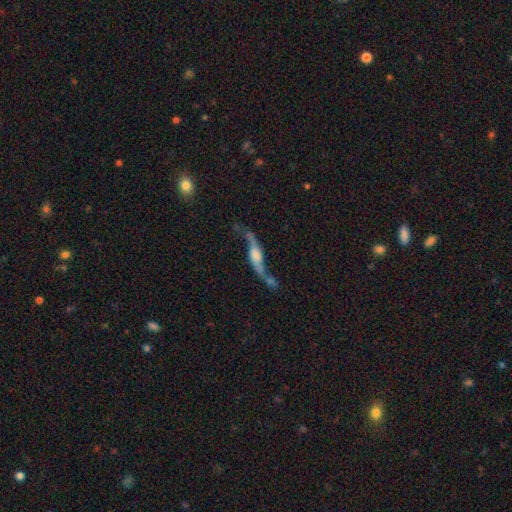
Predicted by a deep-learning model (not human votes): Smooth or featured?
  - featured or disk: 75% *
  - smooth: 18%
  - star or artifact: 7%
Edge-on disk?
  - no: 65% *
  - yes: 35%
Merging?
  - none: 43% *
  - merger: 21%
  - minor disturbance: 20%
  - major disturbance: 16%